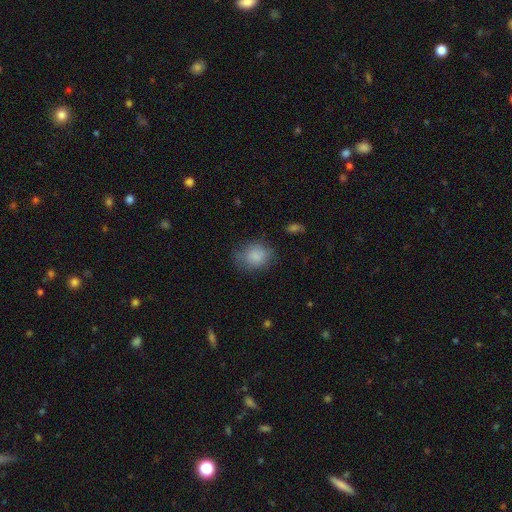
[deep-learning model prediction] smooth_or_featured: smooth (p=0.84) [alt: star or artifact p=0.08]
how_rounded: round (p=0.59) [alt: in between p=0.40]
merging: none (p=0.69) [alt: minor disturbance p=0.22]